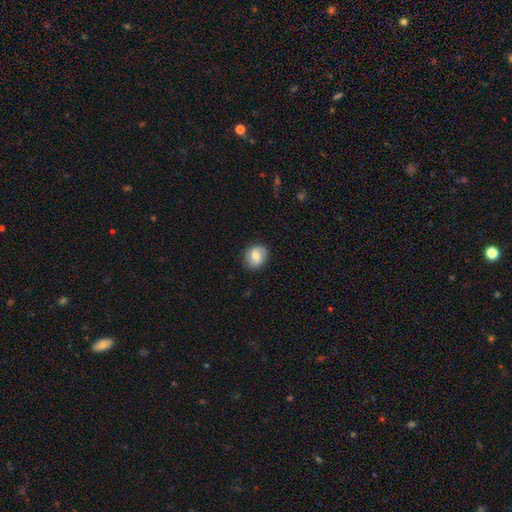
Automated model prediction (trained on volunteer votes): This is likely a smooth galaxy (71%). How rounded: likely round (73%). Merging: clearly none (84%).